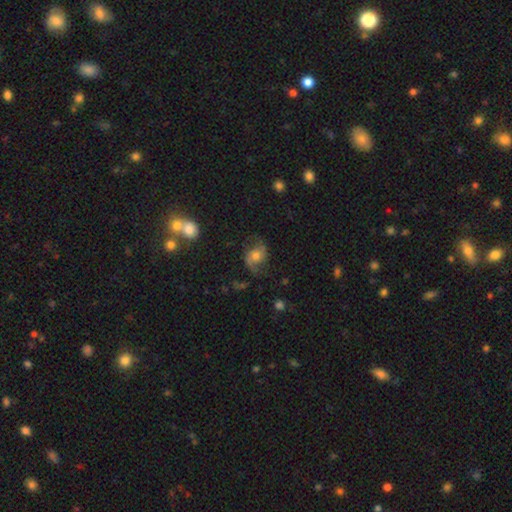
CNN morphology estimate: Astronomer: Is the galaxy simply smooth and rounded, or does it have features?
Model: featured or disk — 62%.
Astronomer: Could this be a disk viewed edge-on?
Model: no — 96%.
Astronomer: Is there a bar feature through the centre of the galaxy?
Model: no — 65%.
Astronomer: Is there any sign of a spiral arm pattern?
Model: yes — 89%.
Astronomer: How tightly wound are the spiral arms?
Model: loose — 59%.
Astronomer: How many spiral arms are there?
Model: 2 — 90%.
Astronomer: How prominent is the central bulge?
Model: moderate — 60%.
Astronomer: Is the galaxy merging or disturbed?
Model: none — 63%.